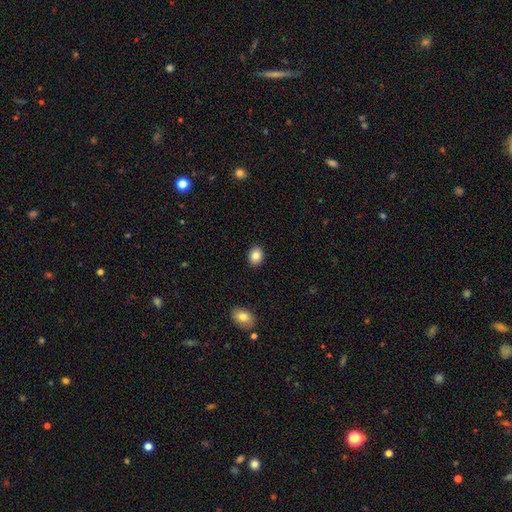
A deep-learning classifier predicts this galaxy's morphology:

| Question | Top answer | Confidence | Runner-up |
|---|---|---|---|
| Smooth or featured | smooth | 85% | star or artifact (9%) |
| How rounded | in between | 52% | round (48%) |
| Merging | none | 91% | minor disturbance (6%) |